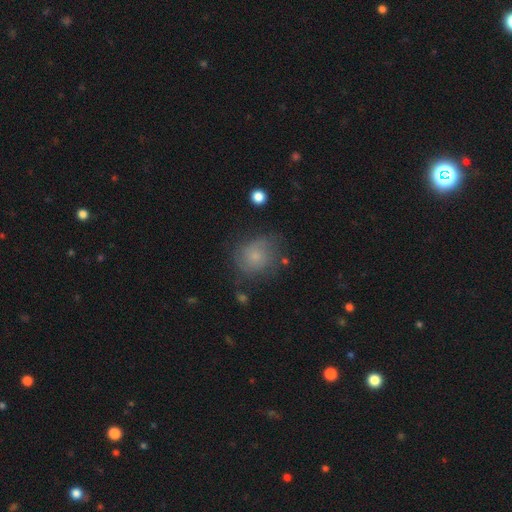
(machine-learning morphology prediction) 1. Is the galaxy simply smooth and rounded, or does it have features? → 56% smooth, 33% featured or disk, 11% star or artifact.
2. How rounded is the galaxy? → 74% round, 25% in between, 1% cigar-shaped.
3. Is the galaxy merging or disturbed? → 61% none, 25% minor disturbance, 12% major disturbance, 3% merger.